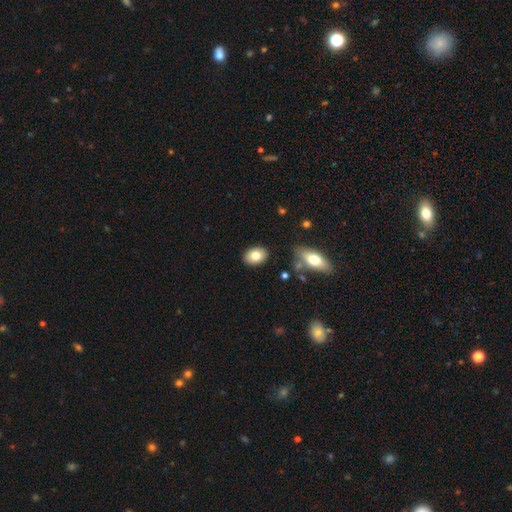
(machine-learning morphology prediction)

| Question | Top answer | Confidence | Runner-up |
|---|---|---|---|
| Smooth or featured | smooth | 79% | featured or disk (13%) |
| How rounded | in between | 77% | round (21%) |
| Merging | none | 87% | minor disturbance (9%) |